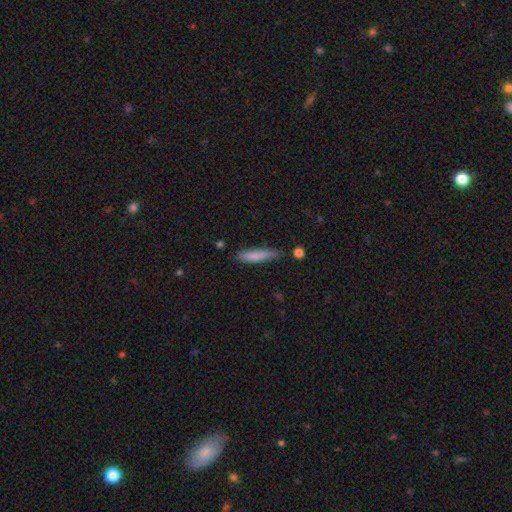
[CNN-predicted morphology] The model was most divided on "merging": none: 76%, minor disturbance: 18%, major disturbance: 3%, merger: 3%. More confident: how rounded — cigar-shaped (83%); smooth or featured — smooth (80%).